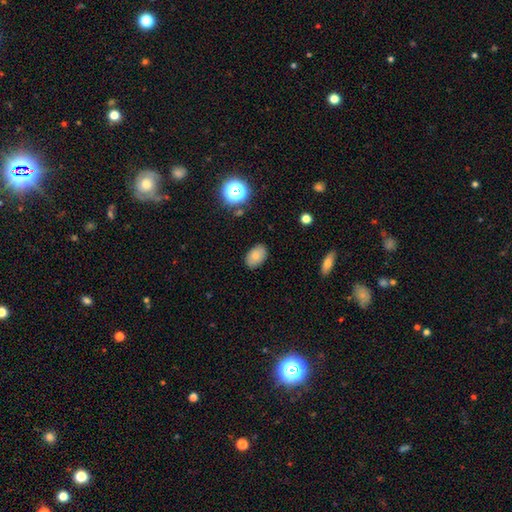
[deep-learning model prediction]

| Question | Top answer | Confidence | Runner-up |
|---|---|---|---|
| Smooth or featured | smooth | 78% | featured or disk (12%) |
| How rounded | in between | 88% | round (11%) |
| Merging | none | 85% | minor disturbance (11%) |